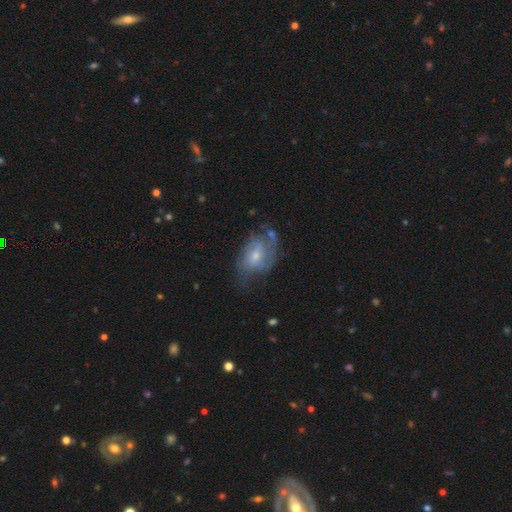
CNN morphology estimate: Smooth or featured? Predicted: featured or disk (p=0.62). Edge-on disk? Predicted: no (p=0.96). Bar? Predicted: no (p=0.61). Spiral arms? Predicted: yes (p=0.73). Bulge size? Predicted: small (p=0.51). Merging? Predicted: none (p=0.45).